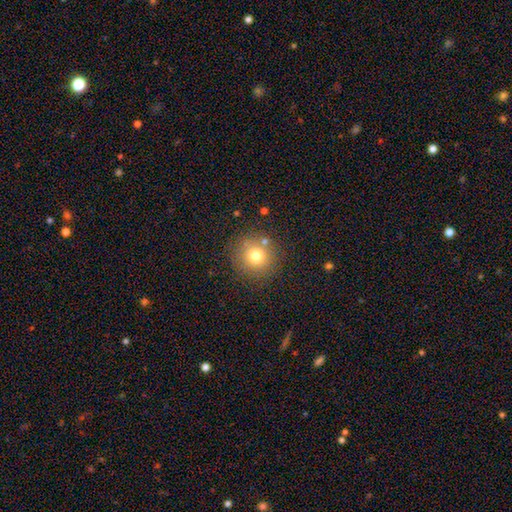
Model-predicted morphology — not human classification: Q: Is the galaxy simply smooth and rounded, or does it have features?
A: smooth — 74%.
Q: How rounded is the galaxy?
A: round — 94%.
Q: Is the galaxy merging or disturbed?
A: none — 83%.